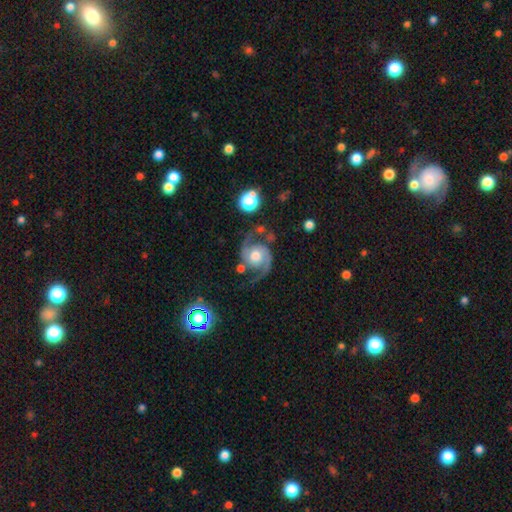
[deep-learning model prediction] This appears to be a featured or disk galaxy (91%) with no bar (71%), 2 (94%) medium (59%) spiral arms (98%) and a moderate central bulge (69%). Merging: none (73%).